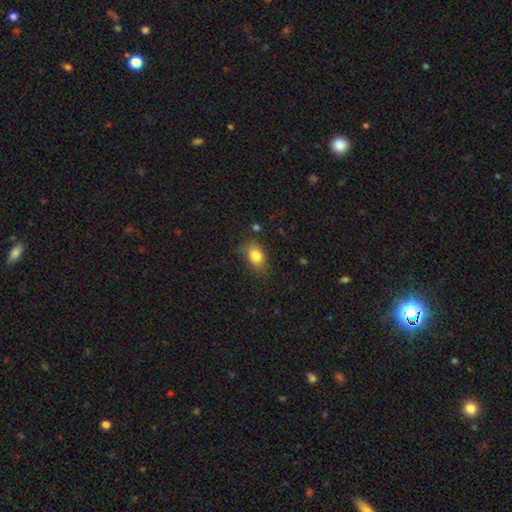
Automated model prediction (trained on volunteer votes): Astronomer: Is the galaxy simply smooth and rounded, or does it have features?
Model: smooth — 82%.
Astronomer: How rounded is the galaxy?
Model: in between — 73%.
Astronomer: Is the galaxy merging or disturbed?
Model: none — 70%.